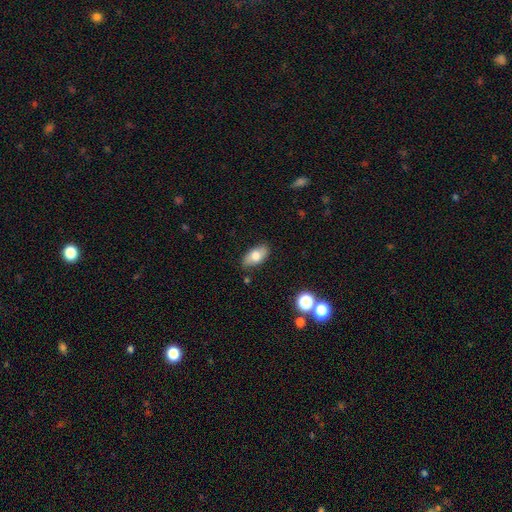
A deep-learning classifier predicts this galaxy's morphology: Smooth or featured? Predicted: smooth (p=0.74). How rounded? Predicted: in between (p=0.91). Merging? Predicted: none (p=0.83).